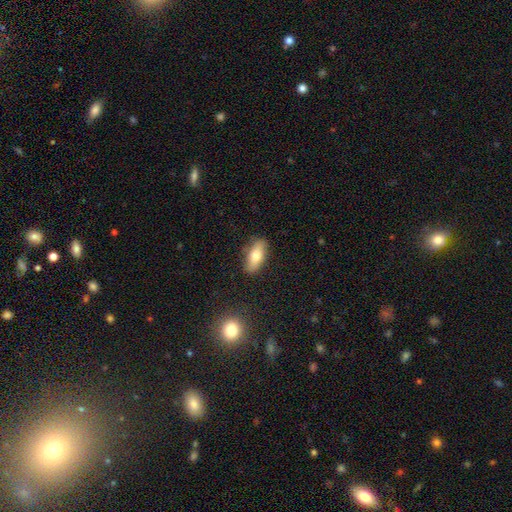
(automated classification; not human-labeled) A smooth galaxy with no disk features (72%) that is in between round and cigar-shaped (74%).

Vote fractions:
- Smooth or featured? smooth: 72% / featured or disk: 21% / star or artifact: 7%
- How rounded? in between: 74% / cigar-shaped: 22% / round: 3%
- Merging? none: 84% / minor disturbance: 12% / major disturbance: 3% / merger: 2%